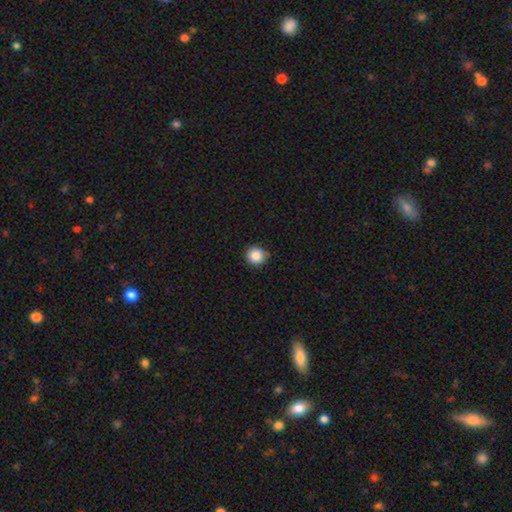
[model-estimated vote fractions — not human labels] A smooth galaxy with no disk features (87%) that is round (93%). Merging: none (85%).